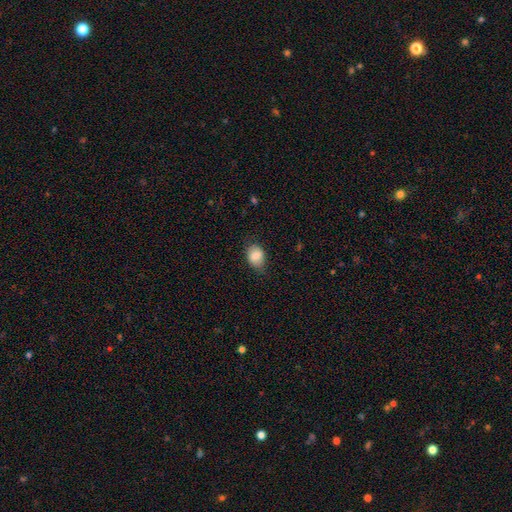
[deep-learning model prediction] Q: Smooth or featured?
A: smooth (82%); runner-up: featured or disk (10%)
Q: How rounded?
A: in between (68%); runner-up: round (31%)
Q: Merging?
A: none (72%); runner-up: minor disturbance (22%)